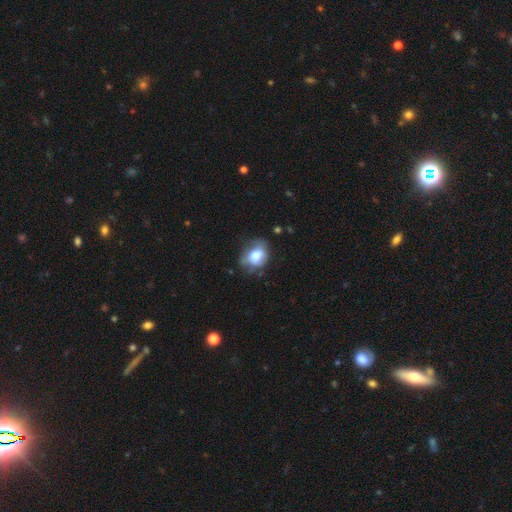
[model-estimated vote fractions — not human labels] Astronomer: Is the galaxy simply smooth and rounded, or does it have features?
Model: smooth — 68%.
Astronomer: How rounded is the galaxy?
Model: in between — 52% (runner-up: round, 47%).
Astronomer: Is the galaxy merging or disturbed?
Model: none — 48% (runner-up: minor disturbance, 33%).